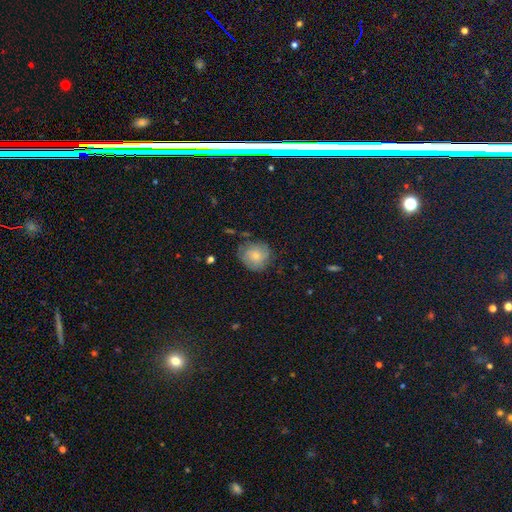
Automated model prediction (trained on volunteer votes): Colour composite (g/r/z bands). It shows a smooth galaxy with no disk features (67%) that is round (85%). Merging: none (71%).